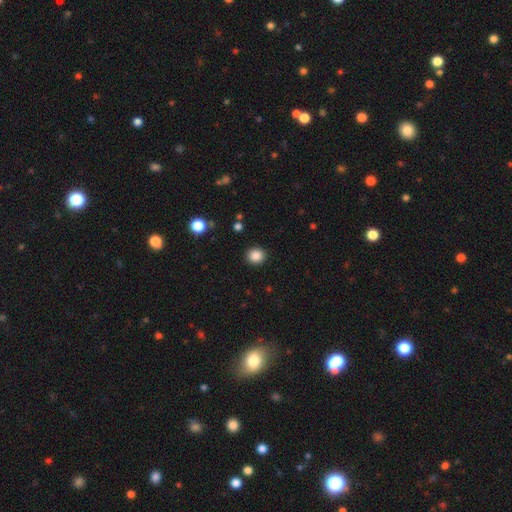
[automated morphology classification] type=smooth (87%); roundness=round (82%); merging=none (91%).